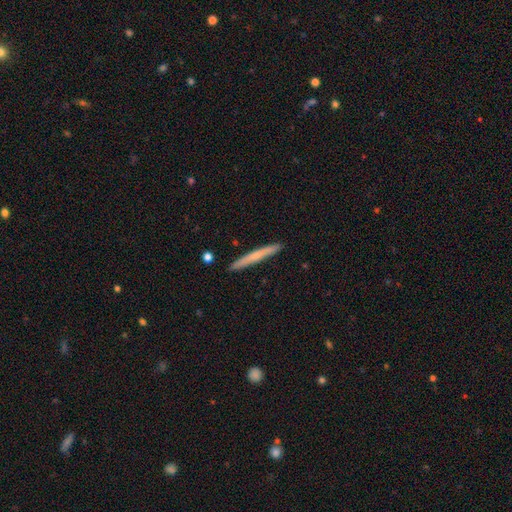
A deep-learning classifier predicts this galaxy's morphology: smooth_or_featured: smooth (p=0.58) [alt: featured or disk p=0.36]
how_rounded: cigar-shaped (p=0.97) [alt: in between p=0.02]
merging: none (p=0.91) [alt: minor disturbance p=0.06]